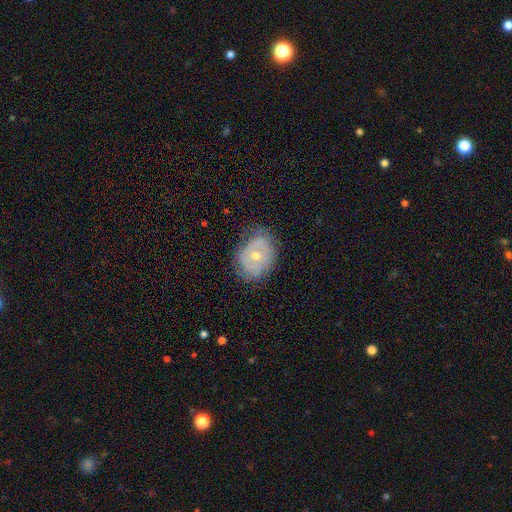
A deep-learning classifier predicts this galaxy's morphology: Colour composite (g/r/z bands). It shows a featured or disk galaxy (67%) with no bar (79%), spiral arms (67%) and a moderate central bulge (60%). Merging: none (70%).